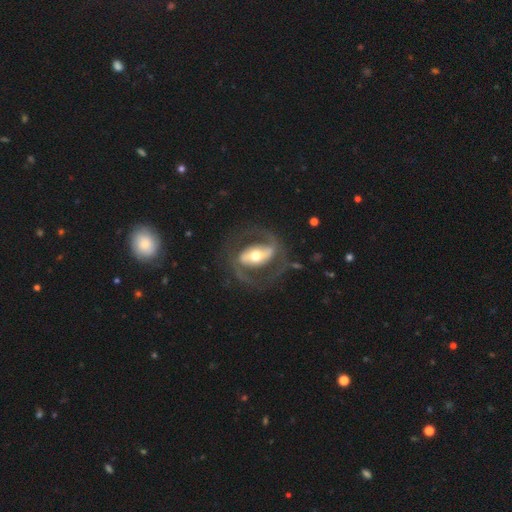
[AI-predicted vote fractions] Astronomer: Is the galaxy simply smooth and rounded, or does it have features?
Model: featured or disk — 85%.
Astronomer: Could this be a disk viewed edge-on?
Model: no — 95%.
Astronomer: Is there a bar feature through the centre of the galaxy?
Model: strong — 61%.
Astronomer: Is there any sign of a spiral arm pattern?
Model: yes — 84%.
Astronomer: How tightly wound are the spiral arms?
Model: medium — 54%.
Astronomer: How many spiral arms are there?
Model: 2 — 89%.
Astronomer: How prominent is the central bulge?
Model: moderate — 67%.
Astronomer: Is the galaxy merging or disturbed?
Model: none — 74%.